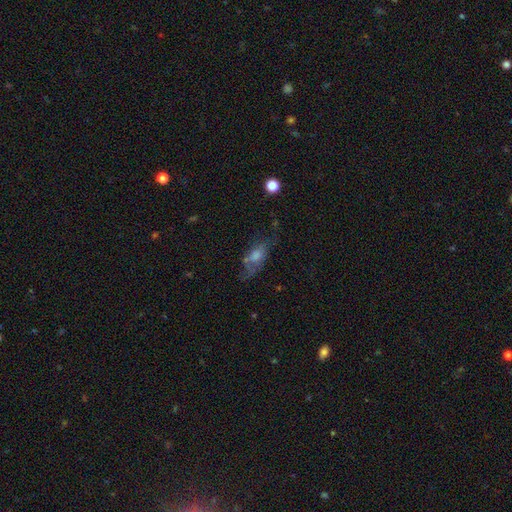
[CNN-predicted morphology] A smooth galaxy with no disk features (49%). Merging: none (42%).